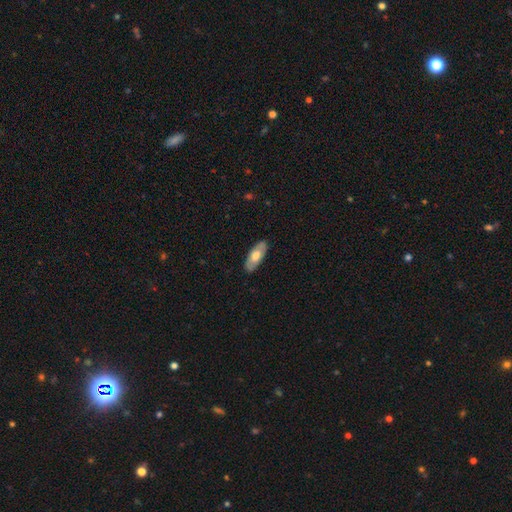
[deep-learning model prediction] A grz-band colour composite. It shows a smooth galaxy with no disk features (56%) that is in between round and cigar-shaped (85%). Merging: none (87%).